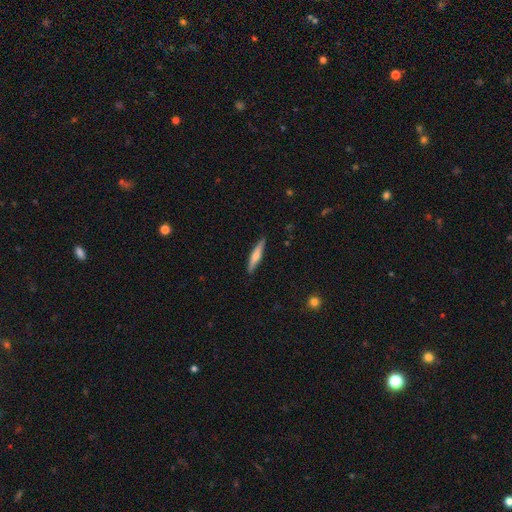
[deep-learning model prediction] Smooth or featured? Predicted: smooth (p=0.47, tied with featured or disk). Merging? Predicted: none (p=0.89).